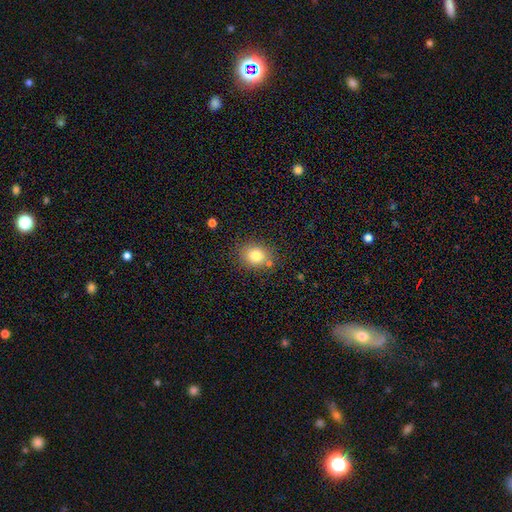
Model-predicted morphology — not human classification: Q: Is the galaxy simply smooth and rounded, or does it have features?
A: smooth — 80%.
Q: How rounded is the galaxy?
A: round — 67%.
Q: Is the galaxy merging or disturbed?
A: none — 78%.